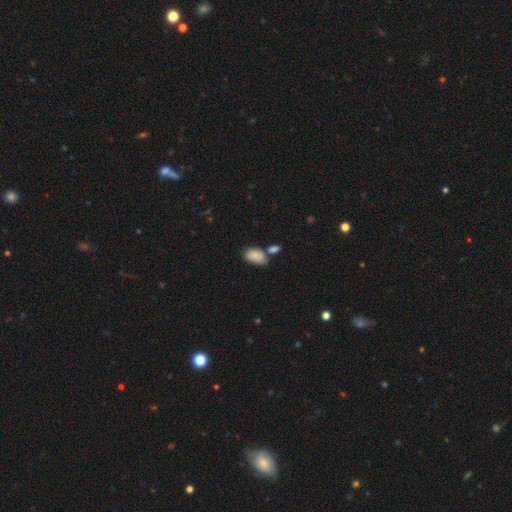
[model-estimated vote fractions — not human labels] Smooth or featured? Predicted: smooth (p=0.83). How rounded? Predicted: in between (p=0.92). Merging? Predicted: none (p=0.42).